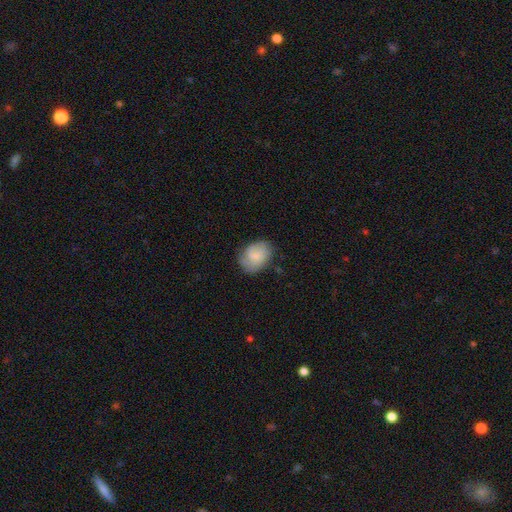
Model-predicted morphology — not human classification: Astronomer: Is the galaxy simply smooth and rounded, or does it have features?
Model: smooth — 65%.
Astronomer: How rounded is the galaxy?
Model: in between — 65%.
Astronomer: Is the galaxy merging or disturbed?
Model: none — 69%.